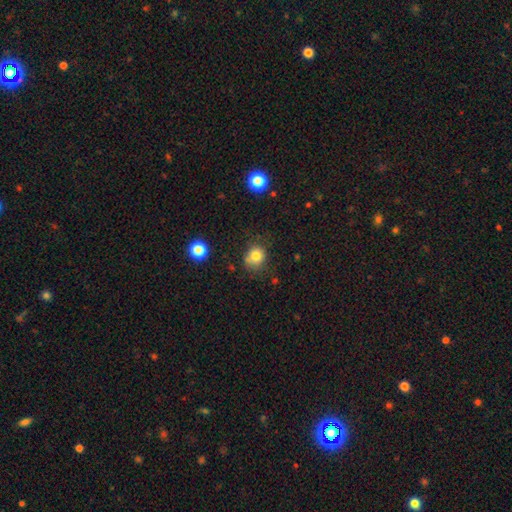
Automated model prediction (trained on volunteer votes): smooth-or-featured: smooth: 79% | star or artifact: 12% | featured or disk: 8%
  how-rounded: round: 75% | in between: 24% | cigar-shaped: 1%
  merging: none: 68% | minor disturbance: 22% | major disturbance: 6% | merger: 4%